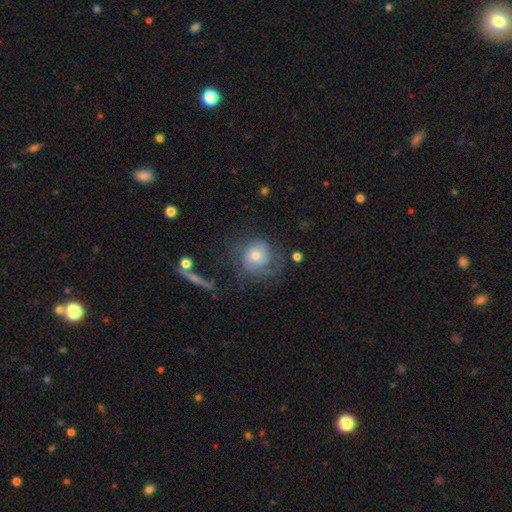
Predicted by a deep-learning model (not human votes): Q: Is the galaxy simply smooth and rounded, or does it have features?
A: featured or disk — 60%.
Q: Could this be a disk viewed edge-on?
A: no — 96%.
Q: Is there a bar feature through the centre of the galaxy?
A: no — 77%.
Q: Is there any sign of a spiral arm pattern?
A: yes — 83%.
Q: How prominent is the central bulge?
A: moderate — 62%.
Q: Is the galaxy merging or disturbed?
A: none — 56%.